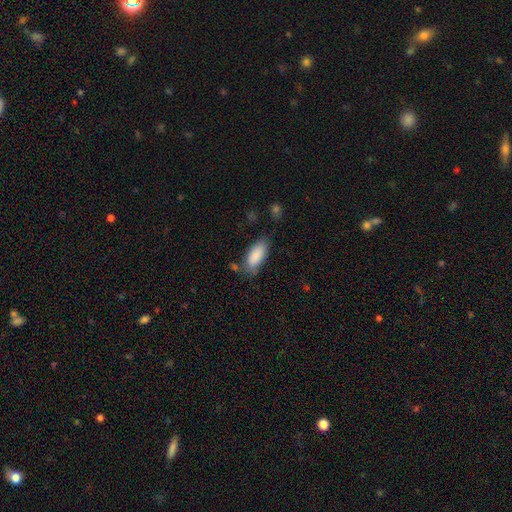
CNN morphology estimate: smooth-or-featured: smooth: 88% | star or artifact: 6% | featured or disk: 6%
  how-rounded: in between: 88% | cigar-shaped: 11% | round: 2%
  merging: none: 70% | minor disturbance: 20% | major disturbance: 6% | merger: 4%